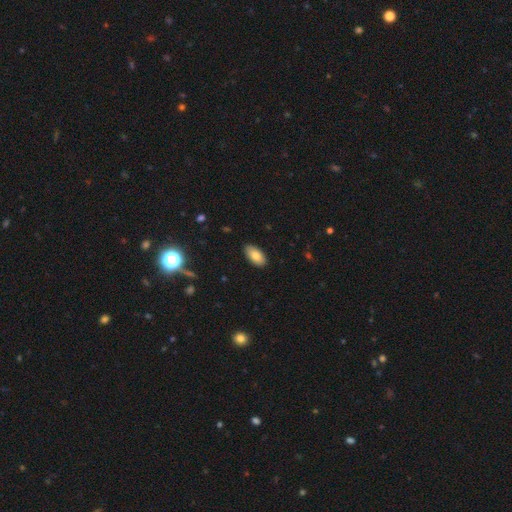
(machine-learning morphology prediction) Smooth or featured?
  - smooth: 82% *
  - featured or disk: 10%
  - star or artifact: 8%
How rounded?
  - in between: 94% *
  - cigar-shaped: 4%
  - round: 2%
Merging?
  - none: 88% *
  - minor disturbance: 9%
  - major disturbance: 2%
  - merger: 1%